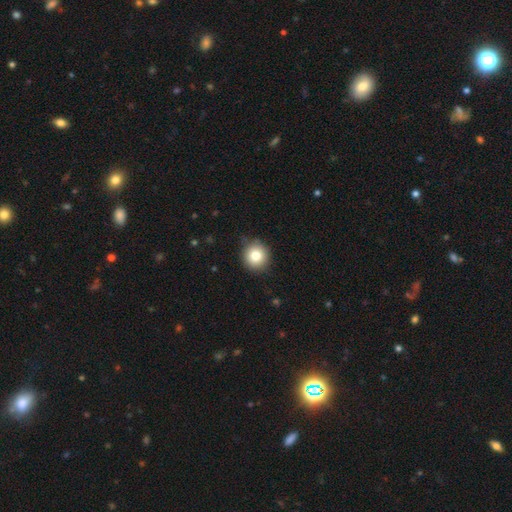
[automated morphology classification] This is likely a smooth galaxy (80%). How rounded: clearly round (92%). Merging: clearly none (86%).